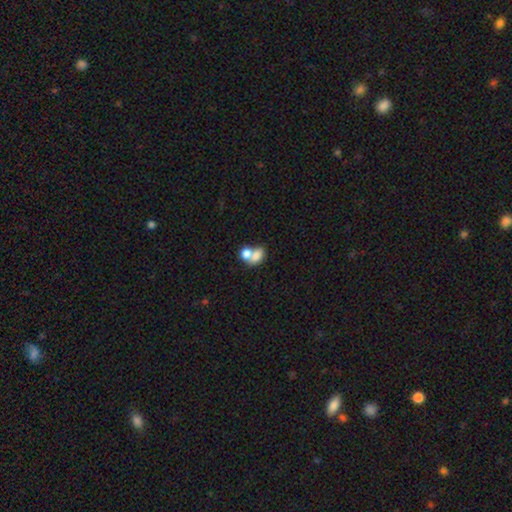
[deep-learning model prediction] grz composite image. It shows a smooth galaxy with no disk features (75%) that is in between round and cigar-shaped (73%). Merging: merger (66%).